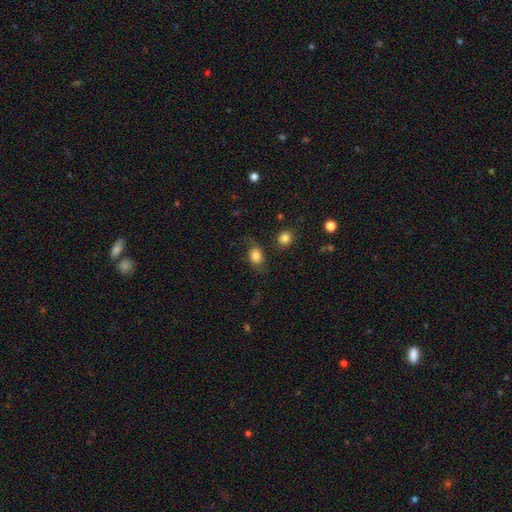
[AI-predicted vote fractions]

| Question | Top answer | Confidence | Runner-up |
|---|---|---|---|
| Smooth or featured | smooth | 79% | featured or disk (11%) |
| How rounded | in between | 59% | round (39%) |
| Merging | none | 60% | minor disturbance (23%) |